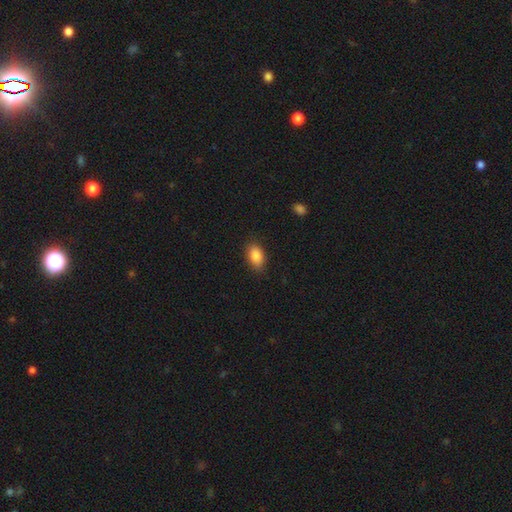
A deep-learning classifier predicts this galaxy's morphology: Overall: smooth (87%). How rounded: in between (89%). Merging: none (85%).